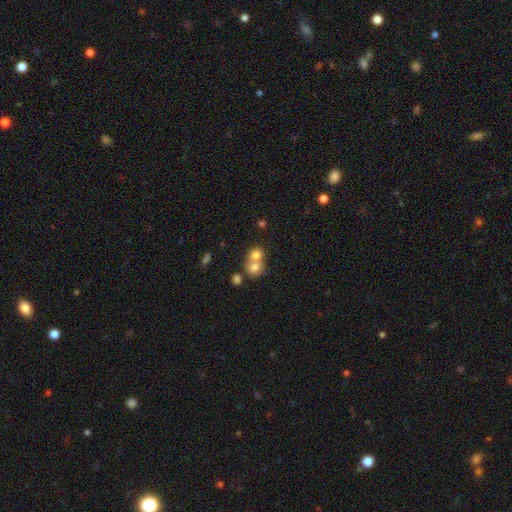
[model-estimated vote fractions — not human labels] Smooth or featured? Predicted: smooth (p=0.75). How rounded? Predicted: round (p=0.77). Merging? Predicted: merger (p=0.62).